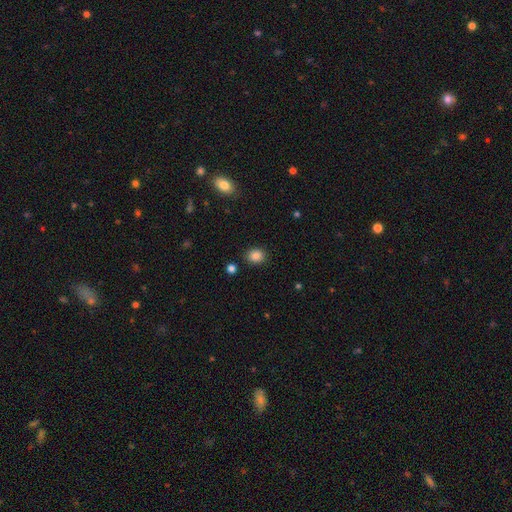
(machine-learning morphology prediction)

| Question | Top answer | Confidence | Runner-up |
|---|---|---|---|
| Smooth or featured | smooth | 86% | star or artifact (10%) |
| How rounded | round | 66% | in between (33%) |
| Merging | none | 88% | minor disturbance (8%) |